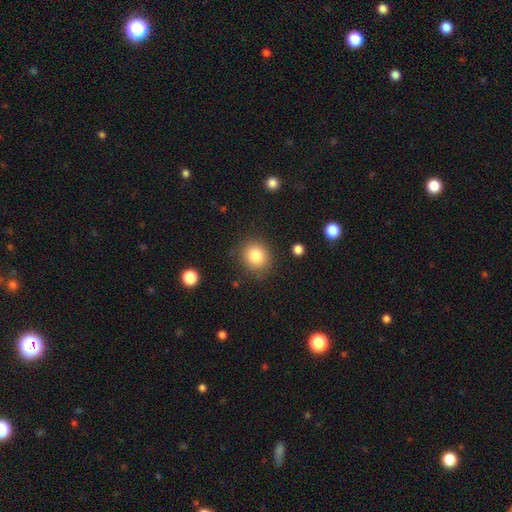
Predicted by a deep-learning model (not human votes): smooth-or-featured: smooth: 83% | star or artifact: 10% | featured or disk: 7%
  how-rounded: round: 84% | in between: 15% | cigar-shaped: 1%
  merging: none: 85% | minor disturbance: 10% | major disturbance: 3% | merger: 2%